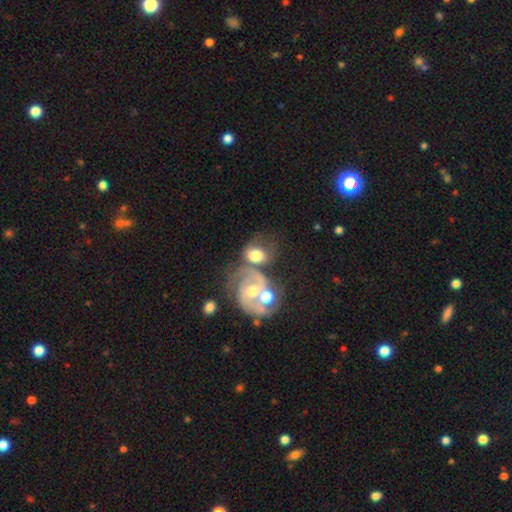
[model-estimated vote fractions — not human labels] Smooth or featured?
  - featured or disk: 50% *
  - smooth: 41%
  - star or artifact: 9%
Merging?
  - merger: 46% *
  - none: 25%
  - minor disturbance: 15%
  - major disturbance: 14%